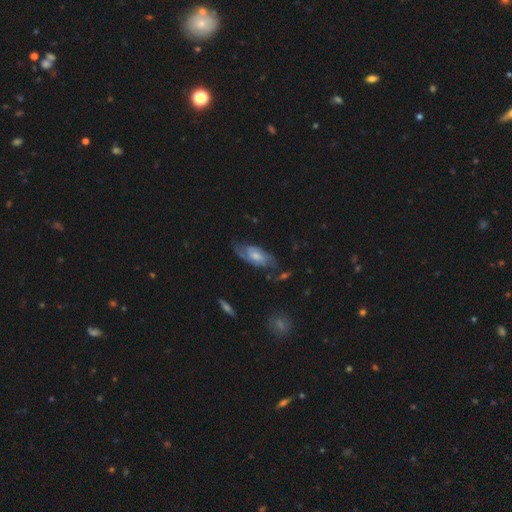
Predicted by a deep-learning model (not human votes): featured or disk 69%, smooth 24%, star or artifact 6%. Down the decision tree: edge-on disk — no (91%); bar — no (56%); spiral arms — yes (90%); spiral arm count — 2 (69%); spiral winding — medium (45%); bulge size — moderate (45%); merging — none (61%).